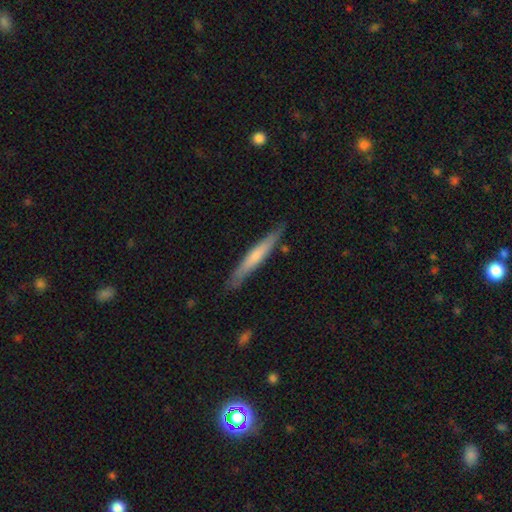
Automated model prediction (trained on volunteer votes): Morphology: type=smooth (55%); roundness=cigar-shaped (95%); merging=none (84%).